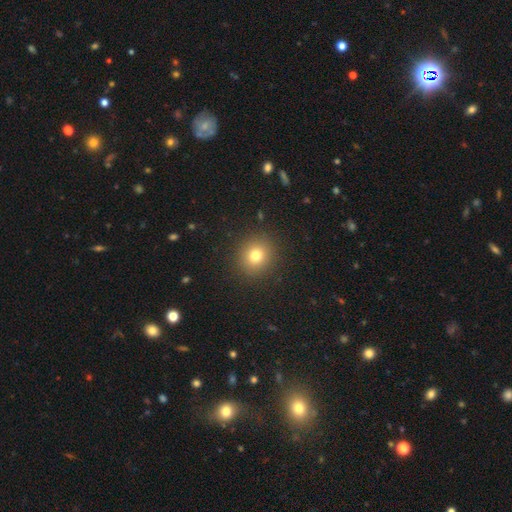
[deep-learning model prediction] Overall: smooth (77%). How rounded: round (88%). Merging: none (90%).